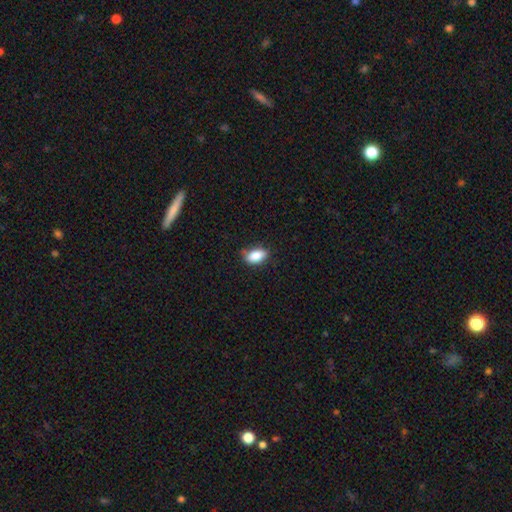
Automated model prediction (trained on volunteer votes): Q: Smooth or featured?
A: smooth (86%); runner-up: star or artifact (8%)
Q: How rounded?
A: in between (89%); runner-up: round (7%)
Q: Merging?
A: none (73%); runner-up: minor disturbance (21%)